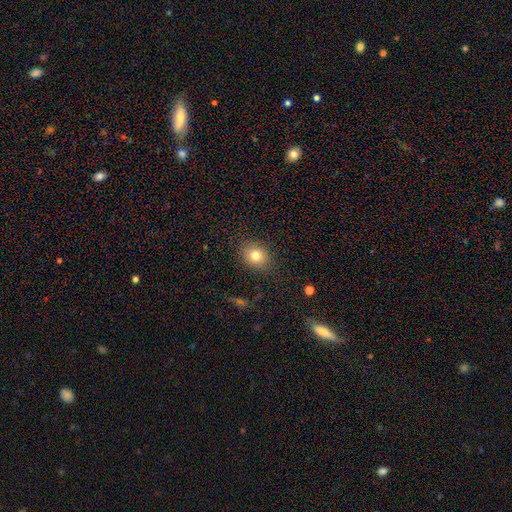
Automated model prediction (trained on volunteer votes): smooth-or-featured: smooth: 77% | featured or disk: 11% | star or artifact: 11%
  how-rounded: round: 51% | in between: 48% | cigar-shaped: 1%
  merging: none: 83% | minor disturbance: 12% | major disturbance: 4% | merger: 1%